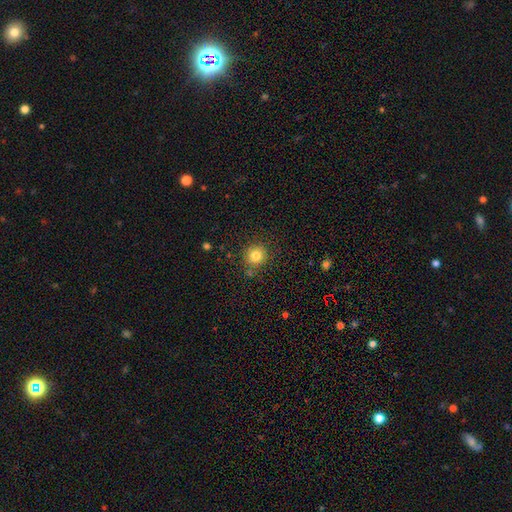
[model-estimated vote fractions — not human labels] smooth-or-featured: smooth: 81% | star or artifact: 12% | featured or disk: 7%
  how-rounded: round: 91% | in between: 8% | cigar-shaped: 1%
  merging: none: 84% | minor disturbance: 9% | merger: 4% | major disturbance: 3%